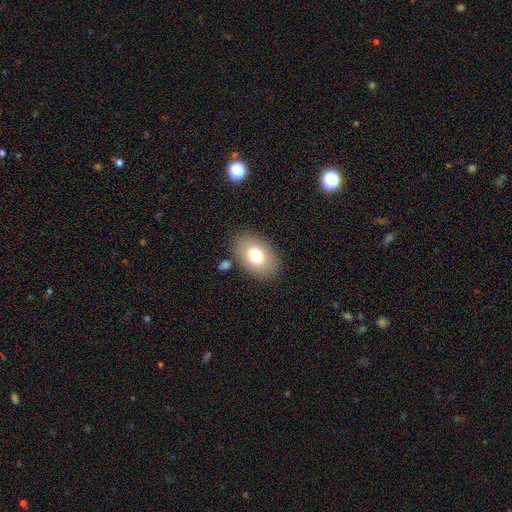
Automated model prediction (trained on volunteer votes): This is likely a smooth galaxy (76%). How rounded: clearly in between (87%). Merging: clearly none (84%).